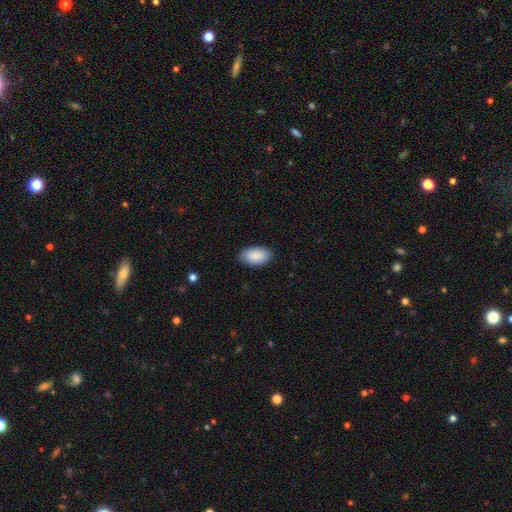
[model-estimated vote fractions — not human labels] Smooth or featured?
  - smooth: 89% *
  - star or artifact: 6%
  - featured or disk: 5%
How rounded?
  - in between: 95% *
  - round: 3%
  - cigar-shaped: 1%
Merging?
  - none: 85% *
  - minor disturbance: 12%
  - major disturbance: 2%
  - merger: 1%